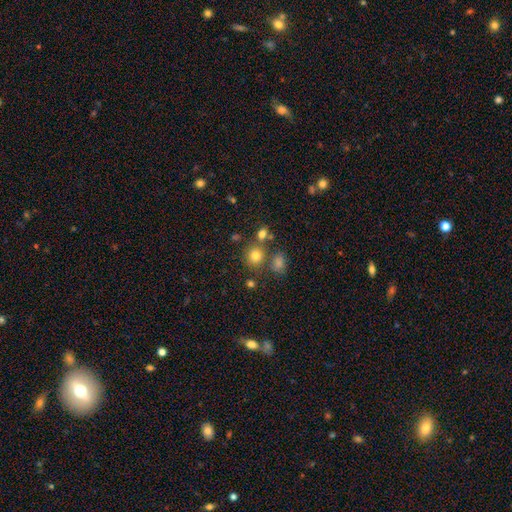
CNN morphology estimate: A smooth galaxy with no disk features (76%) that is round (81%).

Vote fractions:
- Smooth or featured? smooth: 76% / star or artifact: 16% / featured or disk: 8%
- How rounded? round: 81% / in between: 18% / cigar-shaped: 1%
- Merging? none: 69% / merger: 16% / minor disturbance: 11% / major disturbance: 4%